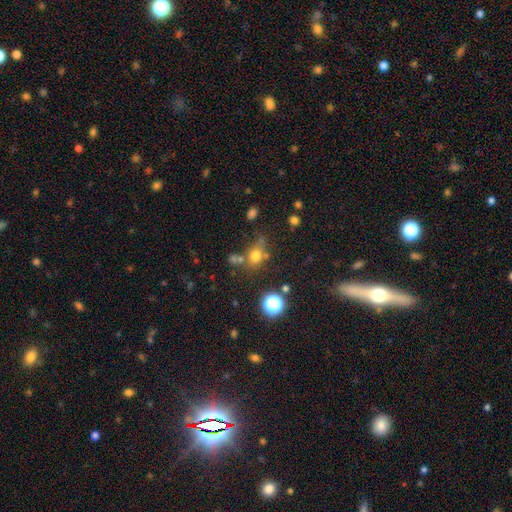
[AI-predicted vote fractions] This appears to be a smooth galaxy with no disk features (71%) that is round (69%). Merging: none (60%).